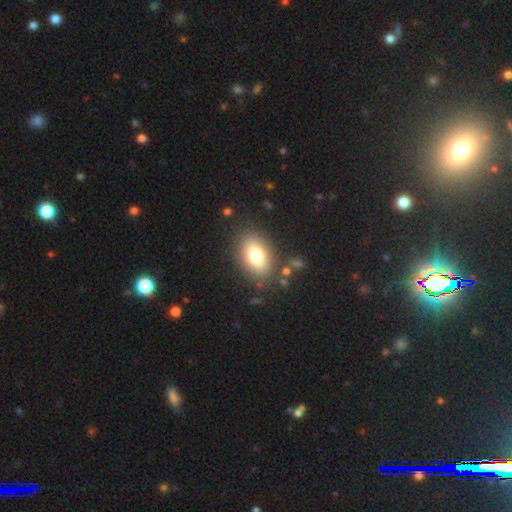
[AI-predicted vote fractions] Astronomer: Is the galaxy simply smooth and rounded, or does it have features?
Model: smooth — 77%.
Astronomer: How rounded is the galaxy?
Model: in between — 85%.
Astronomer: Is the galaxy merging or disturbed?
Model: none — 83%.